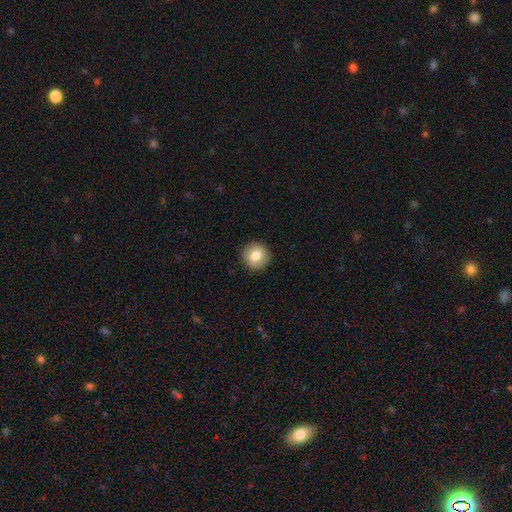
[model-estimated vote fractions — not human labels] smooth_or_featured: smooth (p=0.82) [alt: featured or disk p=0.10]
how_rounded: round (p=0.93) [alt: in between p=0.06]
merging: none (p=0.90) [alt: minor disturbance p=0.07]